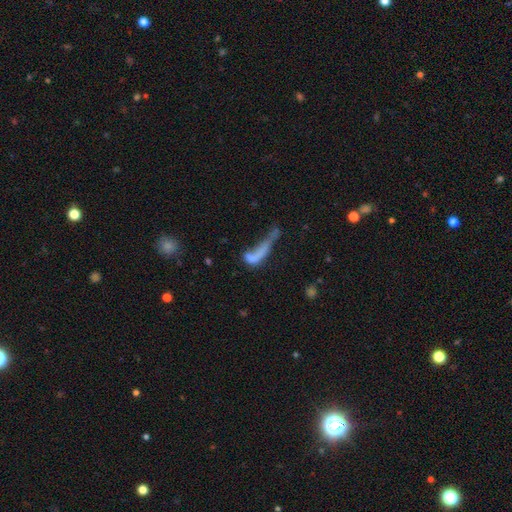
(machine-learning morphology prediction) smooth-or-featured: smooth: 55% | featured or disk: 33% | star or artifact: 13%
  how-rounded: cigar-shaped: 56% | in between: 38% | round: 6%
  merging: major disturbance: 40% | merger: 25% | none: 20% | minor disturbance: 15%